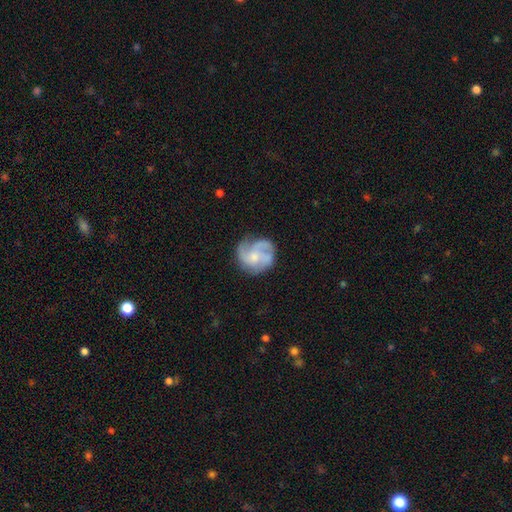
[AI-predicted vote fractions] smooth_or_featured: featured or disk (p=0.73) [alt: smooth p=0.20]
disk_edge_on: no (p=0.98) [alt: yes p=0.02]
bar: no (p=0.74) [alt: weak p=0.22]
has_spiral_arms: yes (p=0.92) [alt: no p=0.08]
spiral_winding: medium (p=0.50) [alt: tight p=0.29]
spiral_arm_count: 3 (p=0.58) [alt: 4 p=0.16]
bulge_size: small (p=0.51) [alt: moderate p=0.39]
merging: none (p=0.66) [alt: minor disturbance p=0.21]